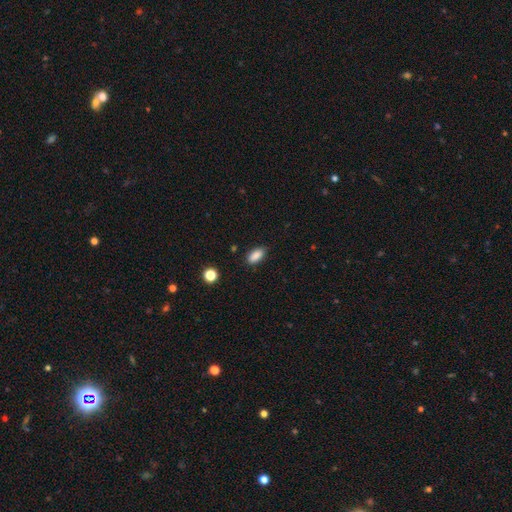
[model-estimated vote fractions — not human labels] This appears to be a smooth galaxy with no disk features (87%) that is in between round and cigar-shaped (88%). Merging: none (82%).